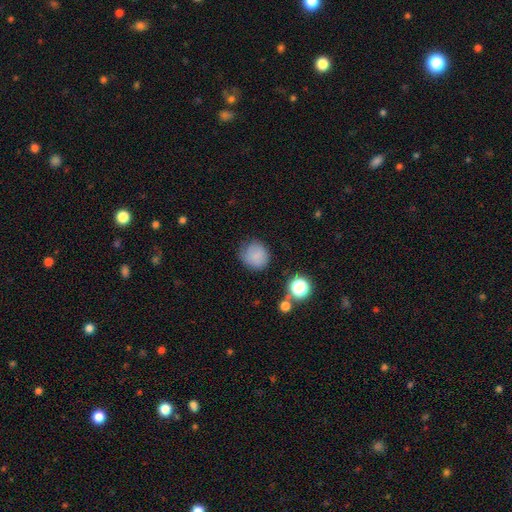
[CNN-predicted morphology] Q: Smooth or featured?
A: smooth (82%); runner-up: star or artifact (12%)
Q: How rounded?
A: round (85%); runner-up: in between (14%)
Q: Merging?
A: none (74%); runner-up: minor disturbance (18%)